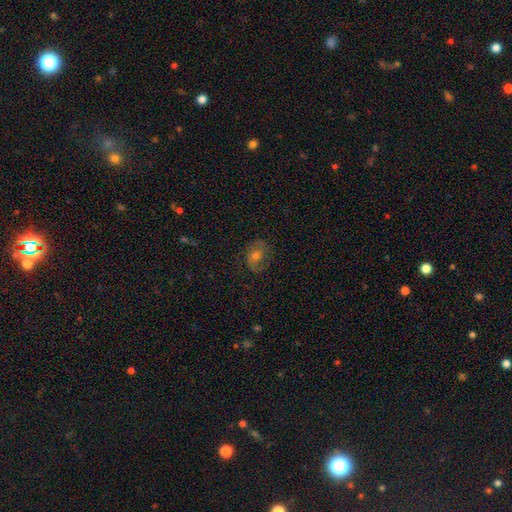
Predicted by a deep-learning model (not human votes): featured or disk 58%, smooth 30%, star or artifact 13%. Down the decision tree: edge-on disk — no (96%); bar — no (62%); spiral arms — yes (86%); bulge size — moderate (65%); merging — none (75%).